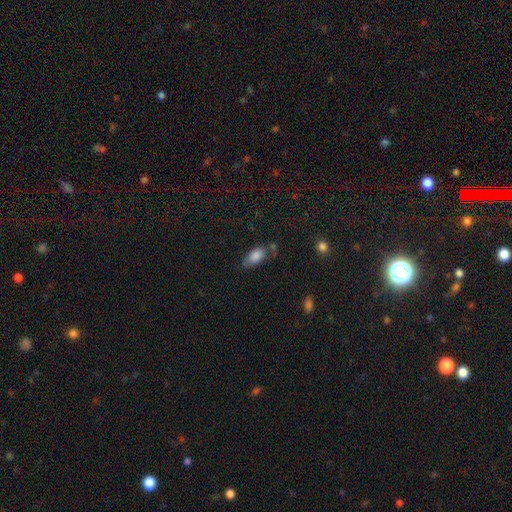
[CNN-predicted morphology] The model was most divided on "merging": none: 54%, minor disturbance: 29%, merger: 10%, major disturbance: 8%. More confident: how rounded — in between (88%); smooth or featured — smooth (83%).